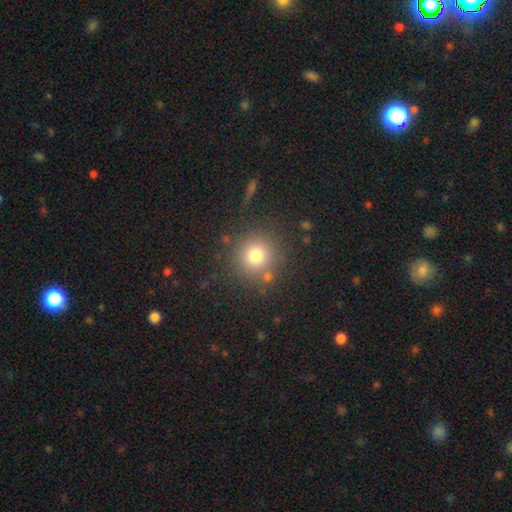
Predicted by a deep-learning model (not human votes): This appears to be a smooth galaxy with no disk features (76%) that is round (92%). Merging: none (80%).